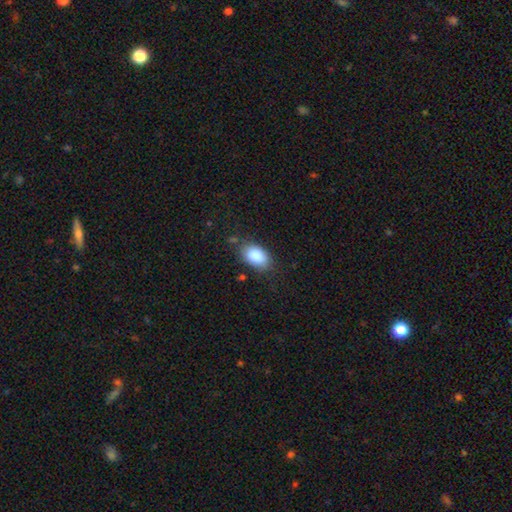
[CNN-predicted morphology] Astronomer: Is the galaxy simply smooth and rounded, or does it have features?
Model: smooth — 88%.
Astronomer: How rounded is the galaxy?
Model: in between — 90%.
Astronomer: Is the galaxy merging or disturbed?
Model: none — 75%.